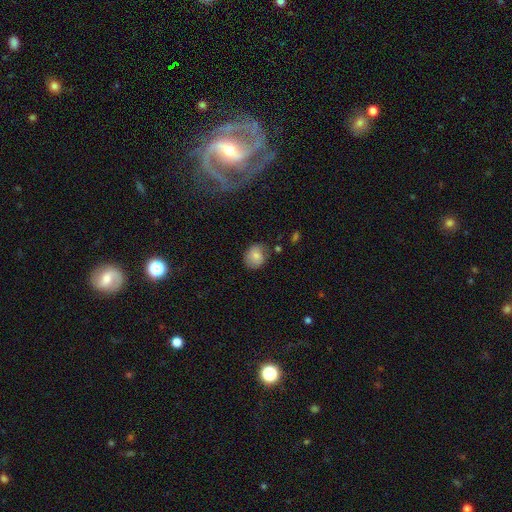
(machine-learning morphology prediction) The model was most divided on "how rounded": round: 69%, in between: 30%, cigar-shaped: 1%. More confident: smooth or featured — smooth (78%); merging — none (71%).